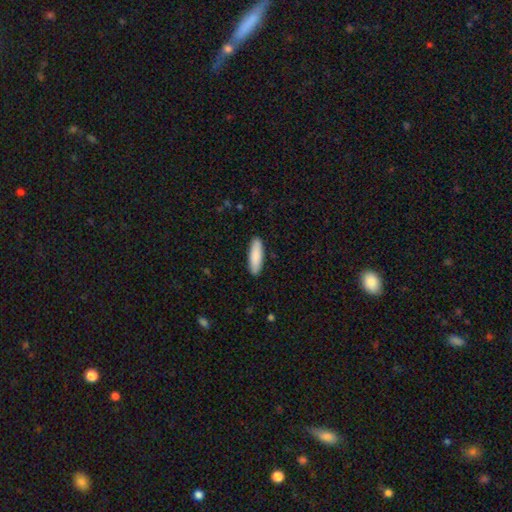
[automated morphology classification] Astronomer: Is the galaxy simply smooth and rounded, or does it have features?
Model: smooth — 89%.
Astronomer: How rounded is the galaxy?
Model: cigar-shaped — 55% (runner-up: in between, 43%).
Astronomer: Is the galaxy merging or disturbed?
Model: none — 90%.